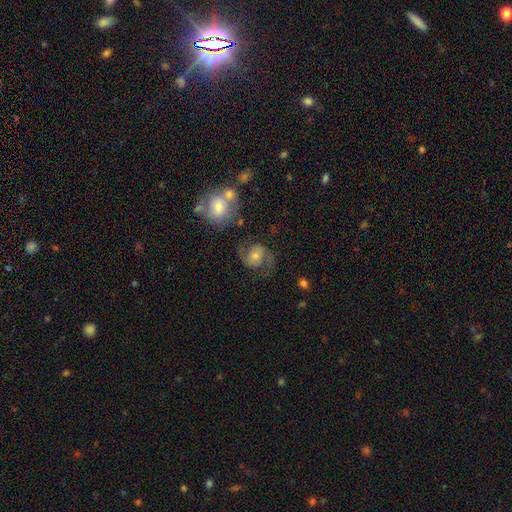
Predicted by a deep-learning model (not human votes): Q: Smooth or featured?
A: featured or disk (74%); runner-up: smooth (18%)
Q: Edge-on disk?
A: no (98%); runner-up: yes (2%)
Q: Bar?
A: no (54%); runner-up: weak (35%)
Q: Spiral arms?
A: yes (94%); runner-up: no (6%)
Q: Spiral winding?
A: medium (57%); runner-up: loose (28%)
Q: Spiral arm count?
A: 2 (91%); runner-up: can't tell (3%)
Q: Bulge size?
A: moderate (46%); runner-up: small (39%)
Q: Merging?
A: none (66%); runner-up: minor disturbance (16%)